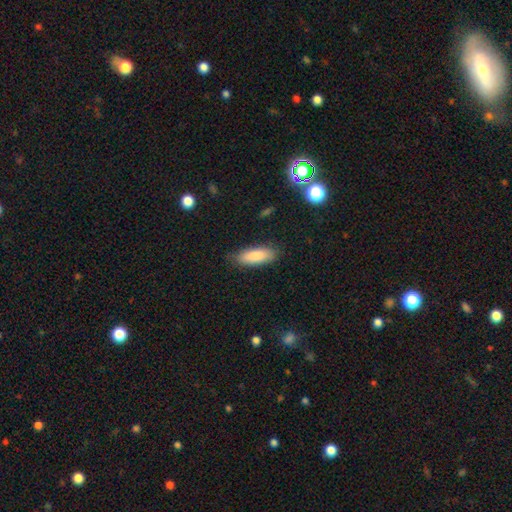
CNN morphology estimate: type=smooth (85%); roundness=in between (66%); merging=none (81%).